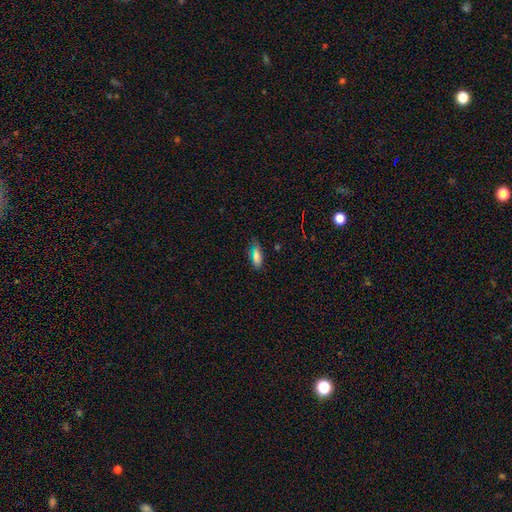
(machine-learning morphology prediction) type=smooth (74%); roundness=in between (77%); merging=none (76%).